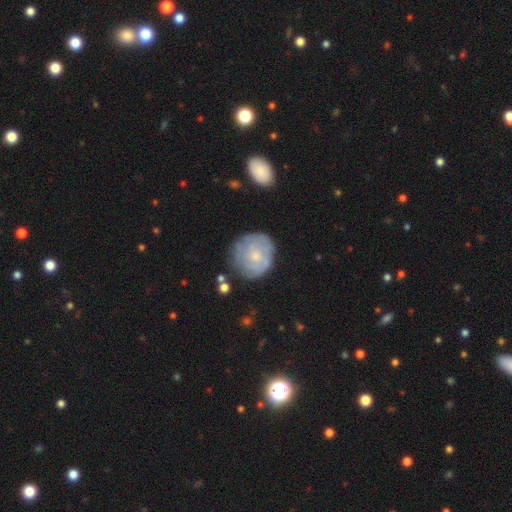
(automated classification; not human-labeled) Smooth or featured? Predicted: featured or disk (p=0.49). Merging? Predicted: none (p=0.70).